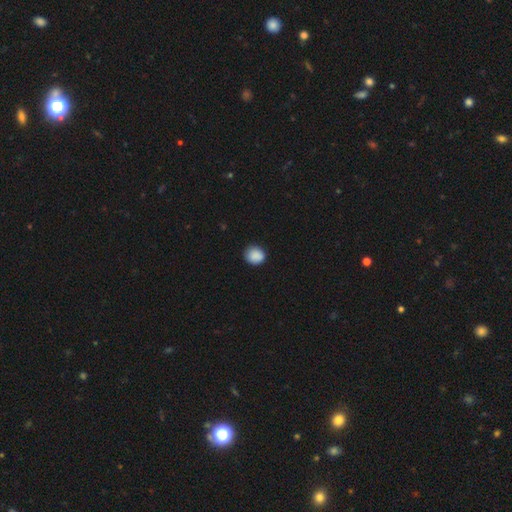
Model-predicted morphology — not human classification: Q: Smooth or featured?
A: smooth (88%); runner-up: star or artifact (8%)
Q: How rounded?
A: round (85%); runner-up: in between (14%)
Q: Merging?
A: none (84%); runner-up: minor disturbance (13%)